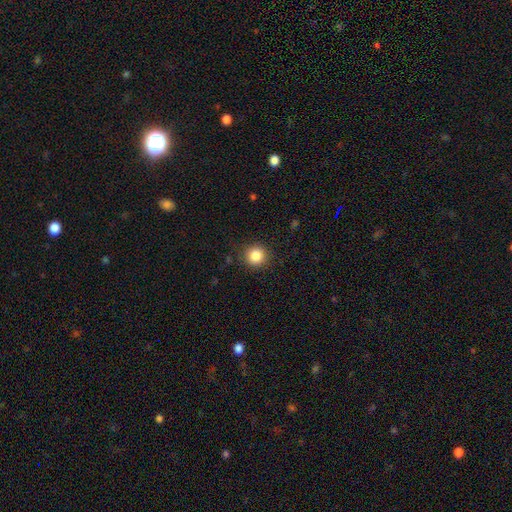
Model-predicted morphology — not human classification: Overall: smooth (85%). How rounded: round (93%). Merging: none (89%).